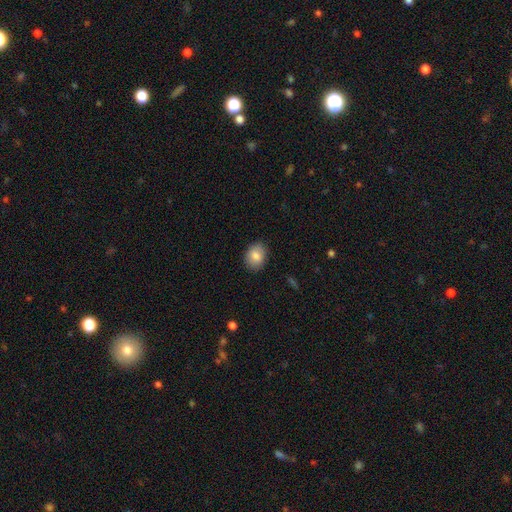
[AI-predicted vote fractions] Smooth or featured? Predicted: smooth (p=0.84). How rounded? Predicted: in between (p=0.62). Merging? Predicted: none (p=0.88).